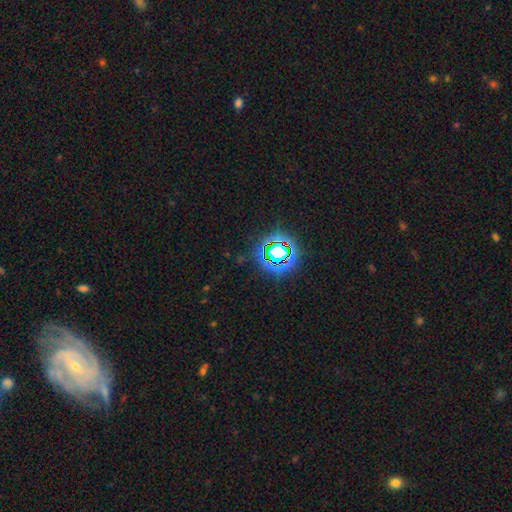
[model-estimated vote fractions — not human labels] This appears to be a star or artifact, not a galaxy (76%).